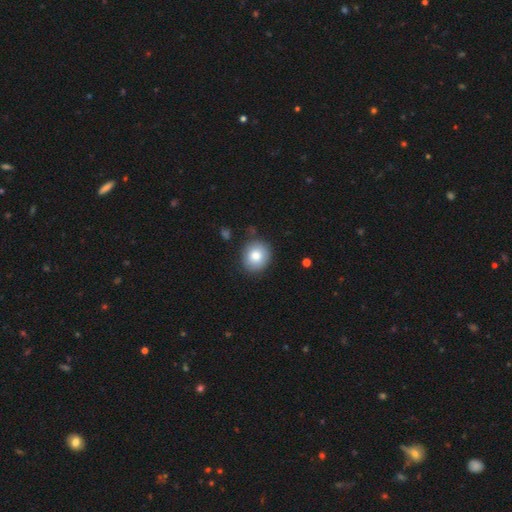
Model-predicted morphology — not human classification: type=smooth (81%); roundness=round (82%); merging=none (84%).